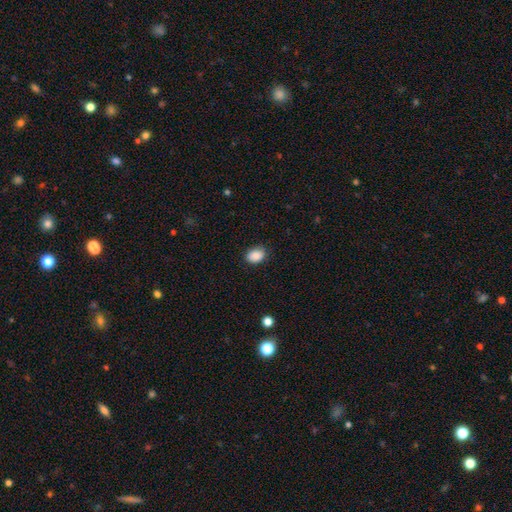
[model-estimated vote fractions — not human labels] This appears to be a smooth galaxy with no disk features (89%) that is in between round and cigar-shaped (73%). Merging: none (83%).